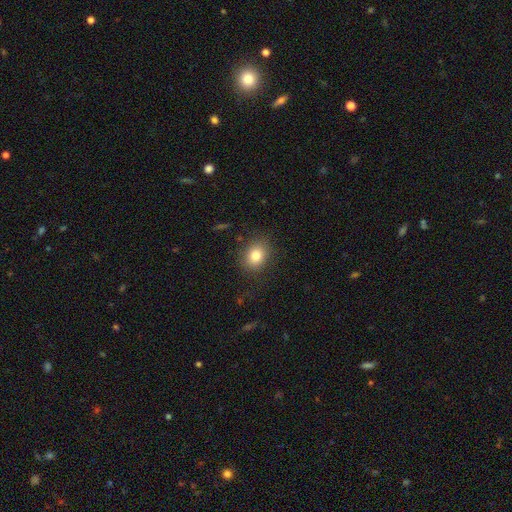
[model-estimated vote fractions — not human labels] Morphology: type=smooth (80%); roundness=round (59%); merging=none (84%).